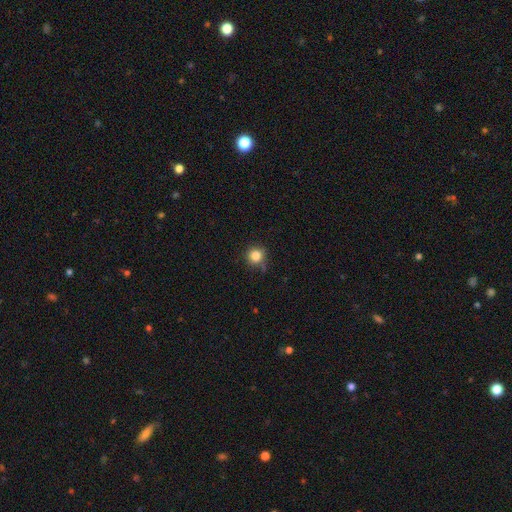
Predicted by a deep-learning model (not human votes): smooth_or_featured: smooth (p=0.84) [alt: star or artifact p=0.11]
how_rounded: round (p=0.94) [alt: in between p=0.05]
merging: none (p=0.82) [alt: minor disturbance p=0.12]